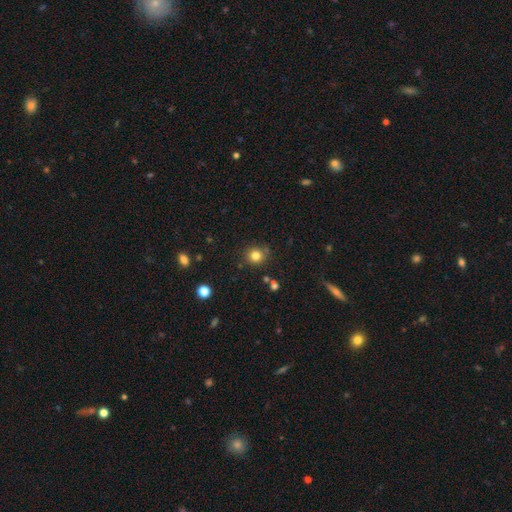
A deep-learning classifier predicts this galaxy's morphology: Smooth or featured?
  - smooth: 82% *
  - star or artifact: 13%
  - featured or disk: 6%
How rounded?
  - round: 89% *
  - in between: 10%
  - cigar-shaped: 1%
Merging?
  - none: 83% *
  - minor disturbance: 10%
  - merger: 4%
  - major disturbance: 3%